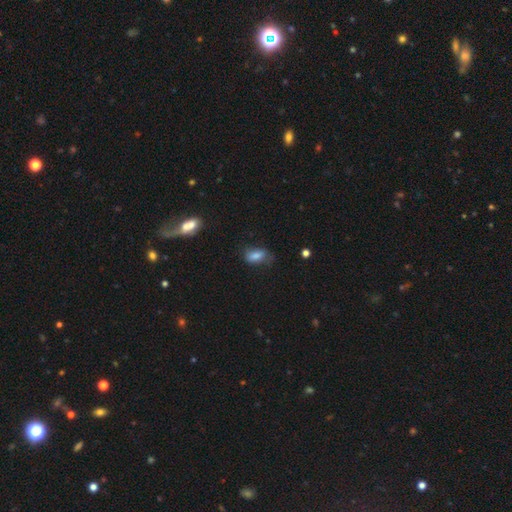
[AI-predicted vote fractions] A smooth galaxy with no disk features (78%) that is in between round and cigar-shaped (87%).

Vote fractions:
- Smooth or featured? smooth: 78% / featured or disk: 12% / star or artifact: 9%
- How rounded? in between: 87% / round: 7% / cigar-shaped: 7%
- Merging? none: 55% / minor disturbance: 31% / major disturbance: 12% / merger: 2%